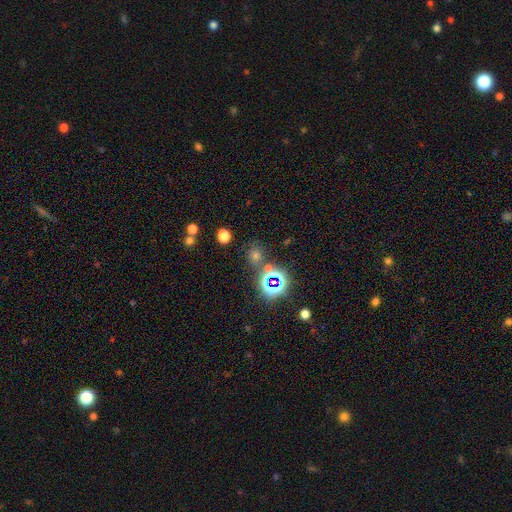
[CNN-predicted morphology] Smooth or featured?
  - star or artifact: 47% *
  - smooth: 45%
  - featured or disk: 8%